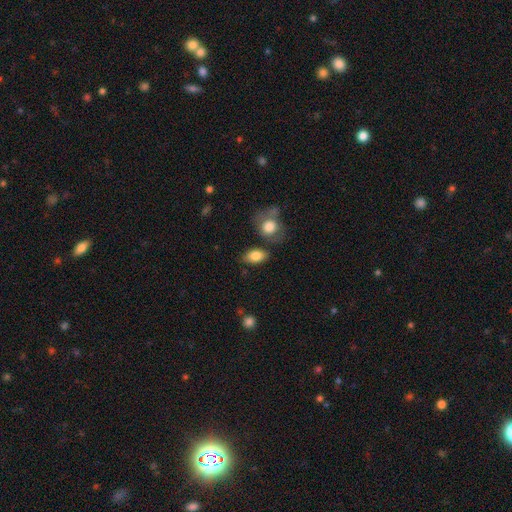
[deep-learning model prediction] This appears to be a smooth galaxy with no disk features (83%) that is in between round and cigar-shaped (88%). Merging: none (73%).